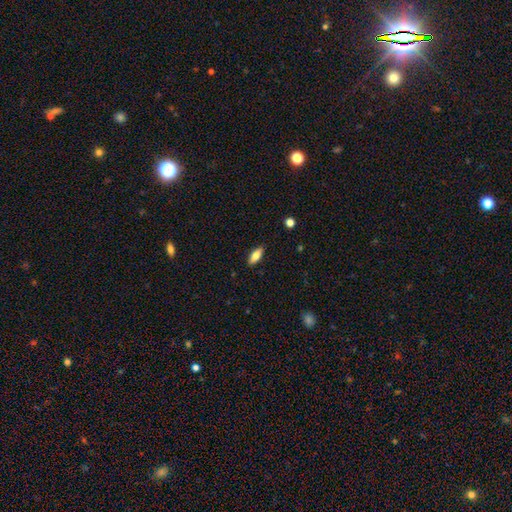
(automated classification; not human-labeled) Smooth or featured: smooth — 74% (featured or disk — 19%)
How rounded: in between — 76% (cigar-shaped — 21%)
Merging: none — 89% (minor disturbance — 8%)